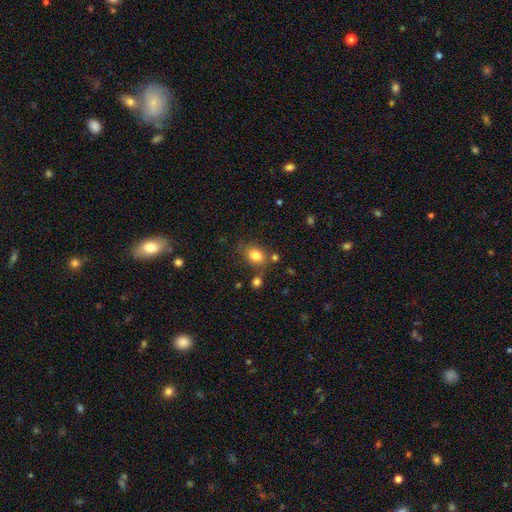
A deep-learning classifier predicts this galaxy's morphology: Q: Smooth or featured?
A: smooth (81%); runner-up: star or artifact (11%)
Q: How rounded?
A: in between (51%); runner-up: round (48%)
Q: Merging?
A: none (70%); runner-up: minor disturbance (15%)